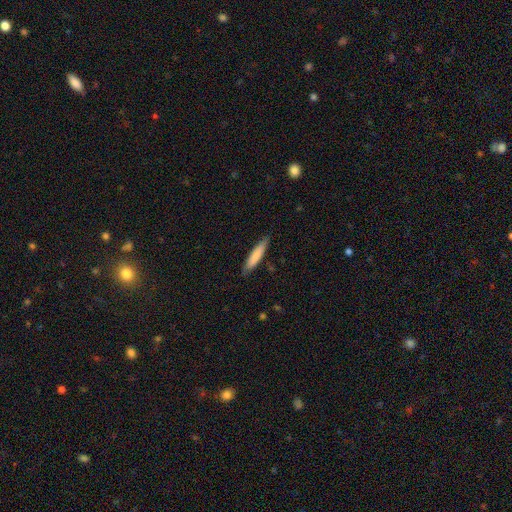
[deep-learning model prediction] This appears to be a smooth galaxy with no disk features (80%) that is cigar-shaped (86%). Merging: none (86%).